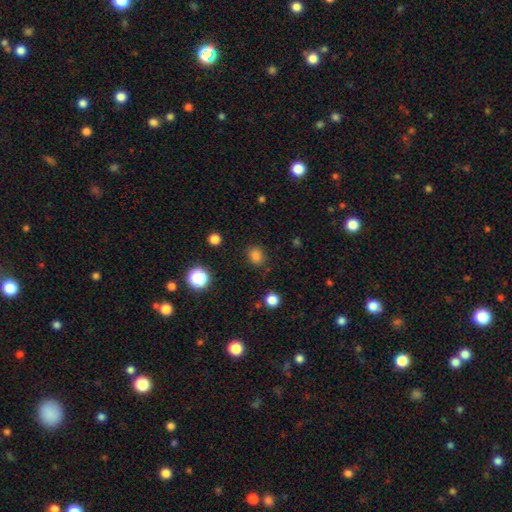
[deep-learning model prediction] This is clearly a smooth galaxy (80%). How rounded: likely round (61%). Merging: clearly none (82%).